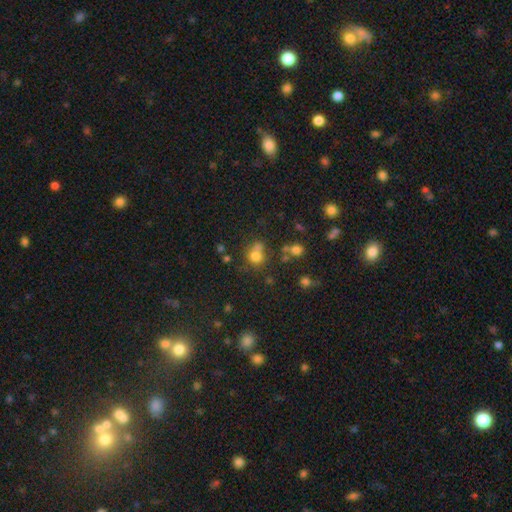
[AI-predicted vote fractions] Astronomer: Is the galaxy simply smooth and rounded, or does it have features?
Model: smooth — 72%.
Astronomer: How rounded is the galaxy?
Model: round — 81%.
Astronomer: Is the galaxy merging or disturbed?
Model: none — 50% (runner-up: merger, 33%).